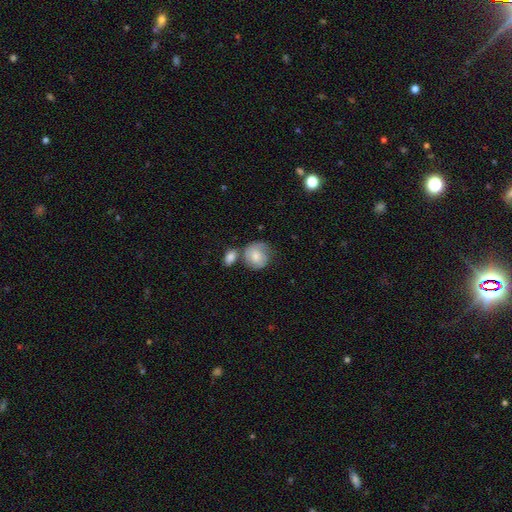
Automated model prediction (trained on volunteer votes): The model was most divided on "merging": none: 42%, merger: 26%, minor disturbance: 21%, major disturbance: 10%. More confident: how rounded — round (79%); smooth or featured — smooth (67%).